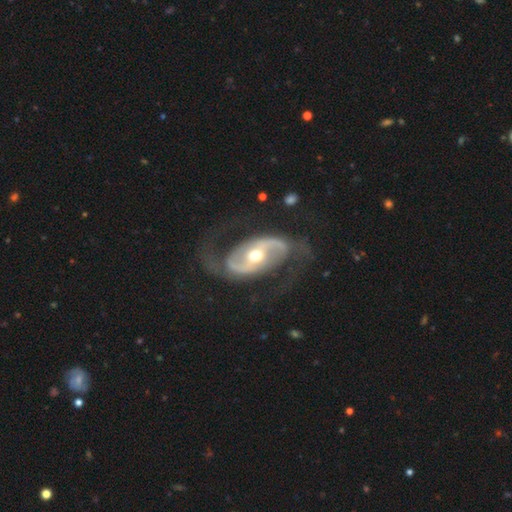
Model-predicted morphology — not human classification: Smooth or featured? featured or disk (88%)
Edge-on disk? no (96%)
Bar? strong (37%)
Spiral arms? yes (91%)
Spiral winding? loose (44%)
Spiral arm count? 2 (92%)
Bulge size? moderate (72%)
Merging? none (72%)